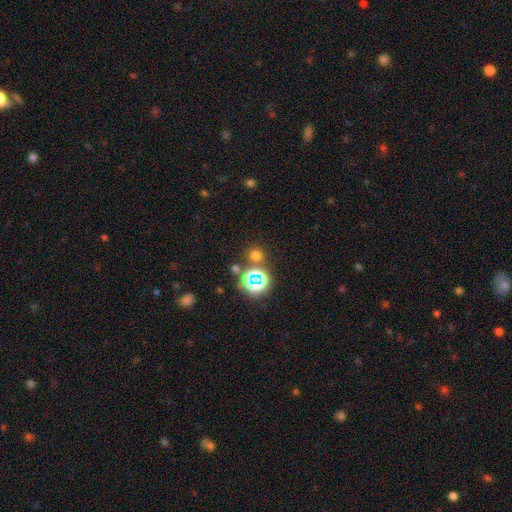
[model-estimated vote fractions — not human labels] A smooth galaxy with no disk features (60%) that is round (90%). Merging: none (80%).